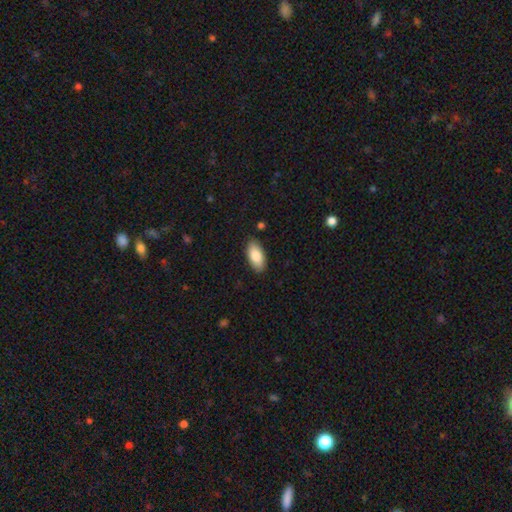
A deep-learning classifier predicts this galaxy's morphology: Smooth or featured: smooth — 86% (featured or disk — 8%)
How rounded: in between — 92% (cigar-shaped — 5%)
Merging: none — 87% (minor disturbance — 10%)